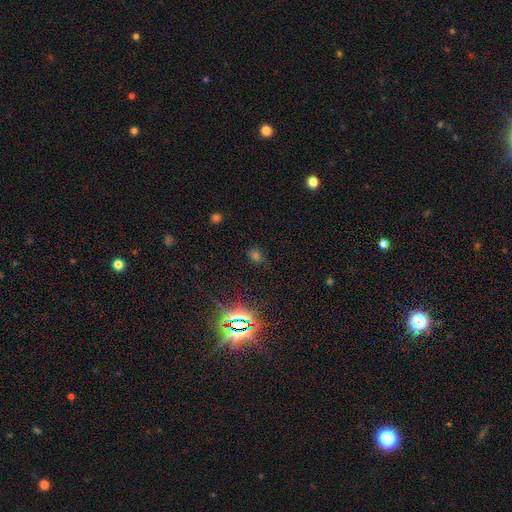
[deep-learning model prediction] star or artifact 55%, smooth 37%, featured or disk 8%.